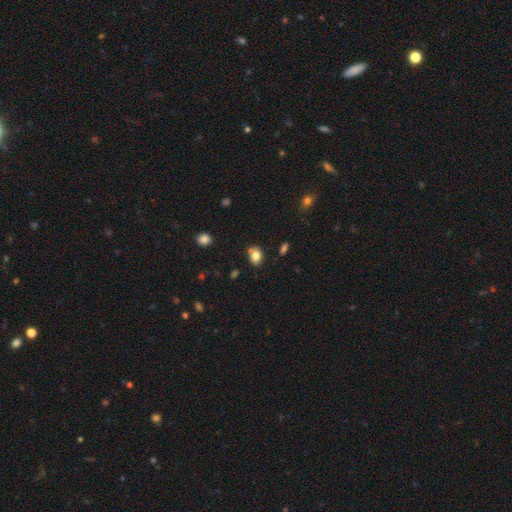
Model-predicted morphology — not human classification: smooth-or-featured: smooth: 80% | star or artifact: 11% | featured or disk: 9%
  how-rounded: in between: 60% | round: 39% | cigar-shaped: 1%
  merging: none: 66% | minor disturbance: 20% | merger: 10% | major disturbance: 4%